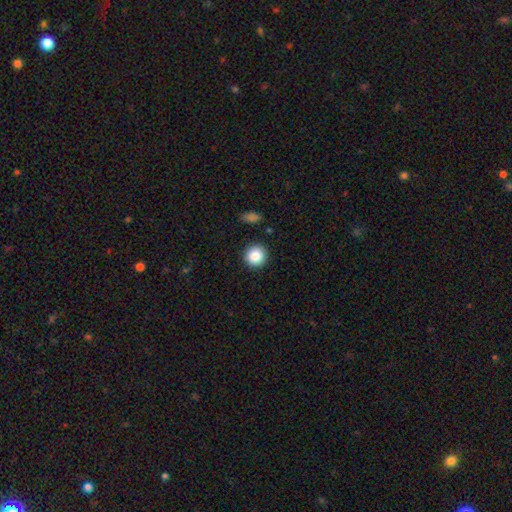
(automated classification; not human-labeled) The model was most divided on "smooth or featured": smooth: 86%, star or artifact: 9%, featured or disk: 4%. More confident: how rounded — round (94%); merging — none (90%).